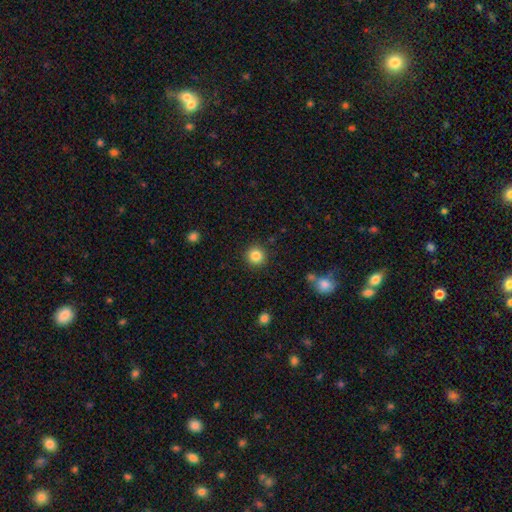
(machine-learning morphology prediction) smooth 84%, star or artifact 11%, featured or disk 5%. Down the decision tree: how rounded — round (94%); merging — none (91%).